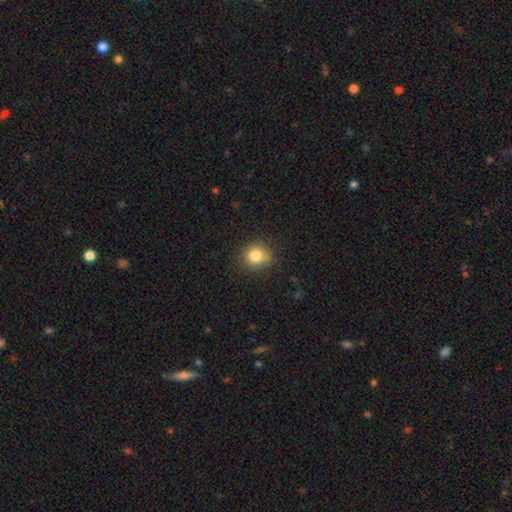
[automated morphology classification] The model was most divided on "merging": none: 79%, minor disturbance: 15%, major disturbance: 4%, merger: 2%. More confident: how rounded — round (84%); smooth or featured — smooth (82%).